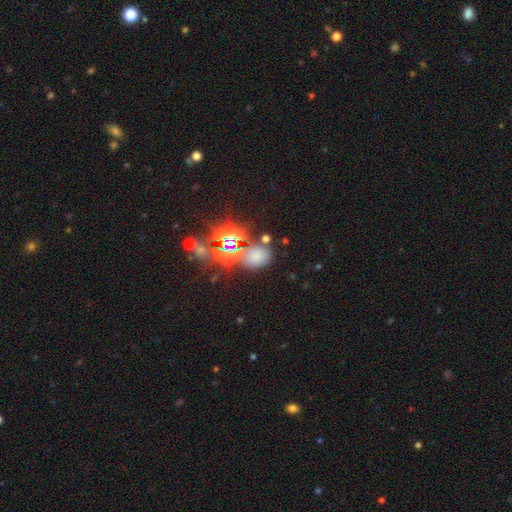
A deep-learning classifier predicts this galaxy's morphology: smooth-or-featured: smooth: 53% | star or artifact: 40% | featured or disk: 8%
  how-rounded: in between: 57% | round: 42% | cigar-shaped: 2%
  merging: none: 69% | minor disturbance: 13% | merger: 11% | major disturbance: 6%